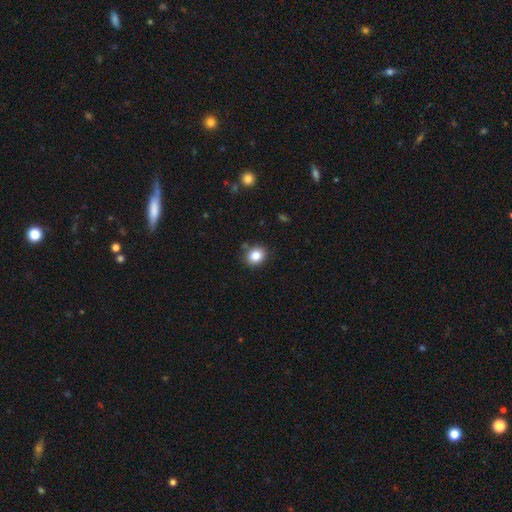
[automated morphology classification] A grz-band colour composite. It shows a smooth galaxy with no disk features (84%) that is round (65%). Merging: none (85%).